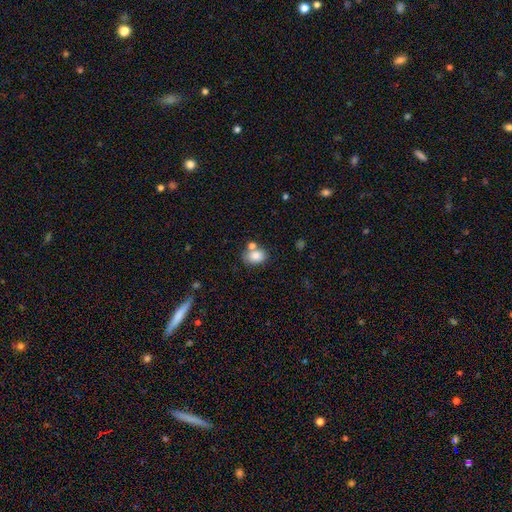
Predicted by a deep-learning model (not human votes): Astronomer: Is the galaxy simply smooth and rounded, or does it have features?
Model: smooth — 83%.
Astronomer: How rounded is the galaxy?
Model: in between — 70%.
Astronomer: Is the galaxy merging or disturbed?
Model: none — 57%.